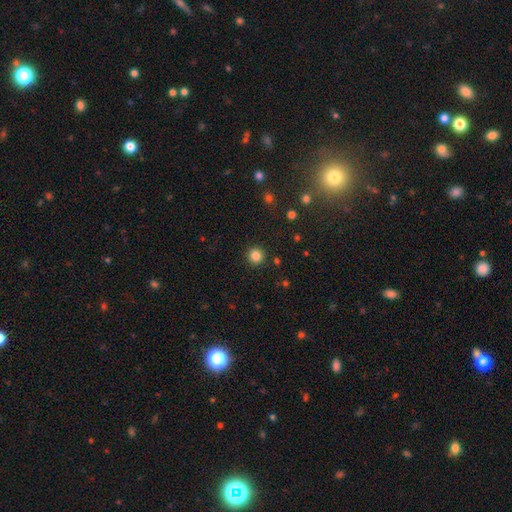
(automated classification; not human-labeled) Smooth or featured?
  - smooth: 84% *
  - star or artifact: 12%
  - featured or disk: 4%
How rounded?
  - round: 95% *
  - in between: 4%
  - cigar-shaped: 1%
Merging?
  - none: 92% *
  - minor disturbance: 5%
  - major disturbance: 2%
  - merger: 1%